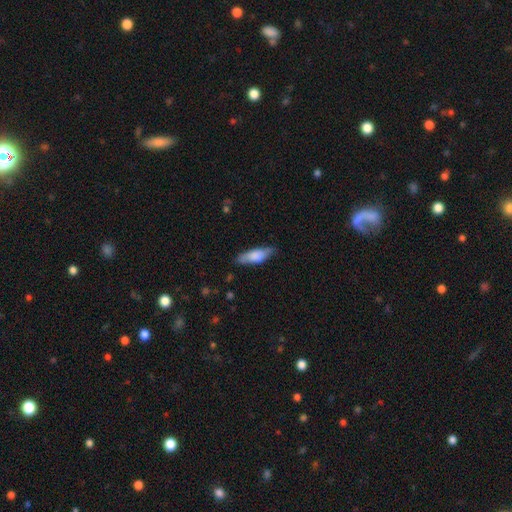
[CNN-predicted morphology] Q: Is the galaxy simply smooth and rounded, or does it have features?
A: smooth — 76%.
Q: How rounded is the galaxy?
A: in between — 55%.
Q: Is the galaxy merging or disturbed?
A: none — 77%.